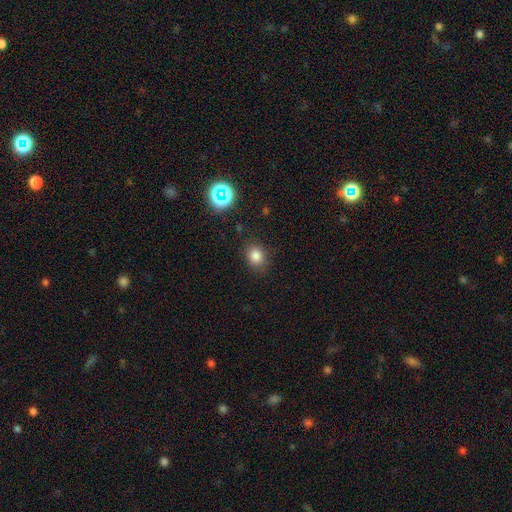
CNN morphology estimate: Smooth or featured? Predicted: smooth (p=0.81). How rounded? Predicted: round (p=0.61). Merging? Predicted: none (p=0.84).